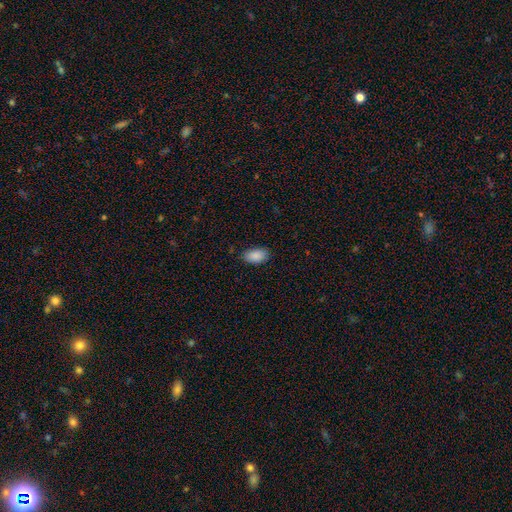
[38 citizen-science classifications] smooth-or-featured: smooth: 87% | star or artifact: 8% | featured or disk: 5%
  how-rounded: in between: 94% | round: 6% | cigar-shaped: 0%
  merging: none: 80% | minor disturbance: 11% | major disturbance: 9% | merger: 0%